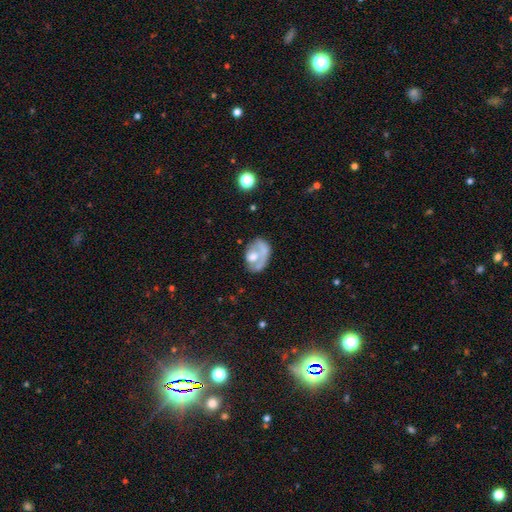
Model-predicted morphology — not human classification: Overall: smooth (46%, tied with featured or disk). Merging: none (39%; major disturbance 26%).